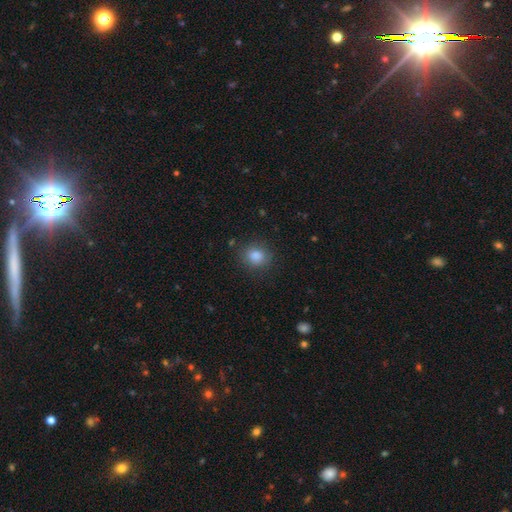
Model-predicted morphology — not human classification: Smooth or featured: smooth — 83% (star or artifact — 12%)
How rounded: round — 78% (in between — 21%)
Merging: none — 86% (minor disturbance — 10%)